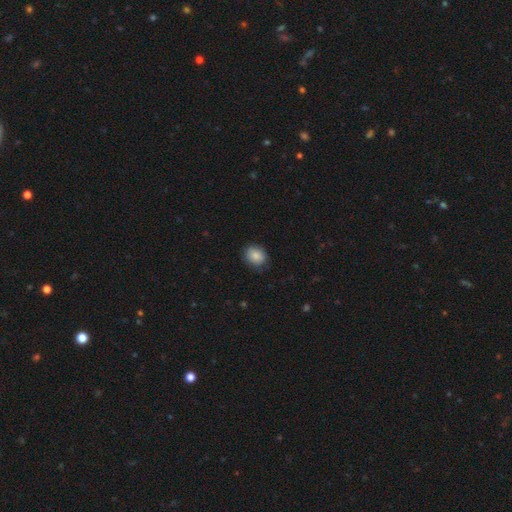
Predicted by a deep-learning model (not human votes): The model was most divided on "how rounded": round: 59%, in between: 40%, cigar-shaped: 1%. More confident: smooth or featured — smooth (85%); merging — none (81%).